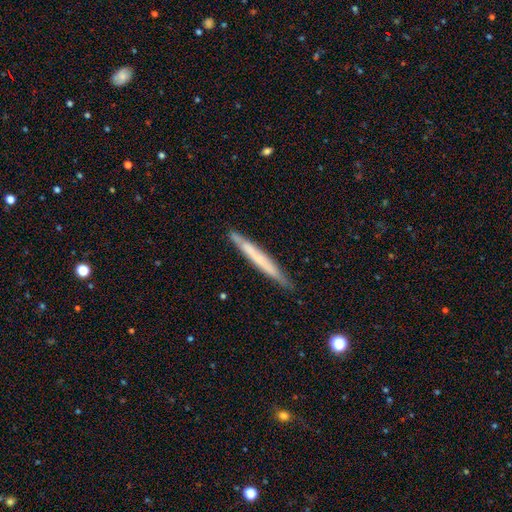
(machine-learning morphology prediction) type=smooth (51%); roundness=cigar-shaped (97%); merging=none (86%).